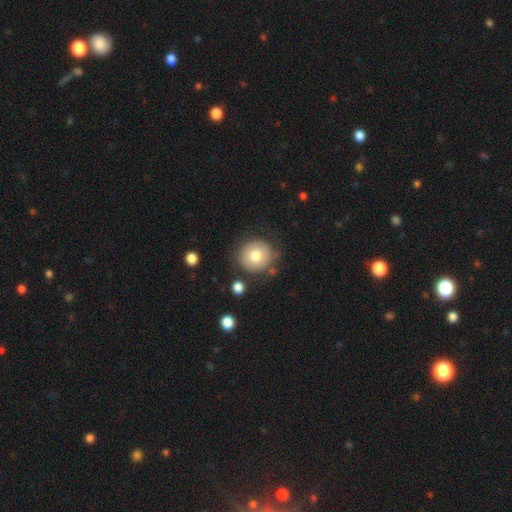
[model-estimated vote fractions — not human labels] smooth-or-featured: smooth: 76% | featured or disk: 15% | star or artifact: 9%
  how-rounded: round: 91% | in between: 8% | cigar-shaped: 1%
  merging: none: 79% | minor disturbance: 13% | major disturbance: 4% | merger: 4%